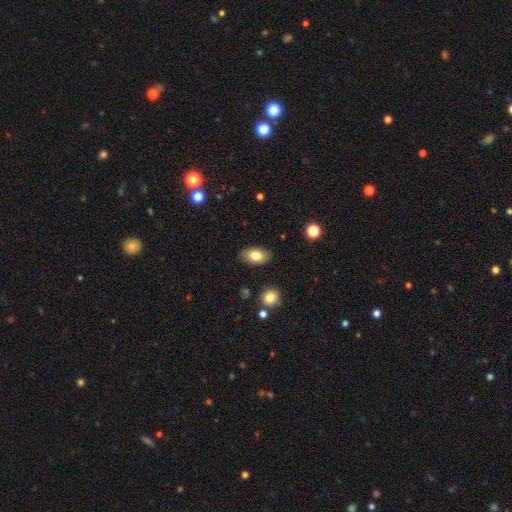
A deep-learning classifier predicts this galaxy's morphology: smooth 80%, featured or disk 12%, star or artifact 8%. Down the decision tree: how rounded — in between (91%); merging — none (86%).